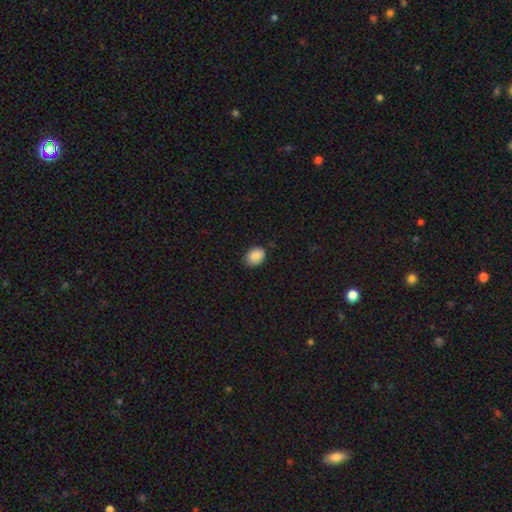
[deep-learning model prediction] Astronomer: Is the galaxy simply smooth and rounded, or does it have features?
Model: smooth — 88%.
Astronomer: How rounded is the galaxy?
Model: in between — 59% (runner-up: round, 40%).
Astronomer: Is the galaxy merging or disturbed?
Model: none — 80%.